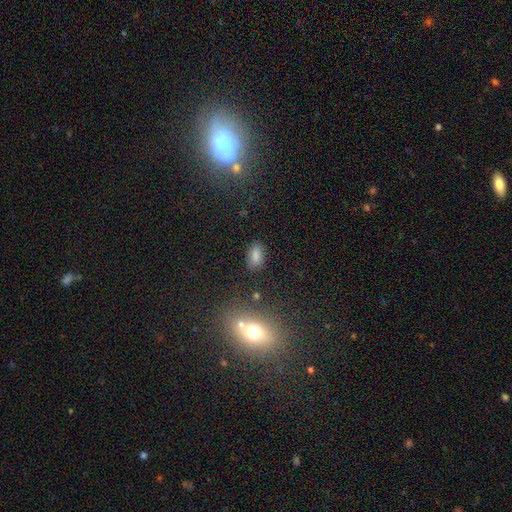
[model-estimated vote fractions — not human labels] Q: Smooth or featured?
A: smooth (81%); runner-up: star or artifact (13%)
Q: How rounded?
A: in between (91%); runner-up: round (6%)
Q: Merging?
A: none (83%); runner-up: minor disturbance (12%)